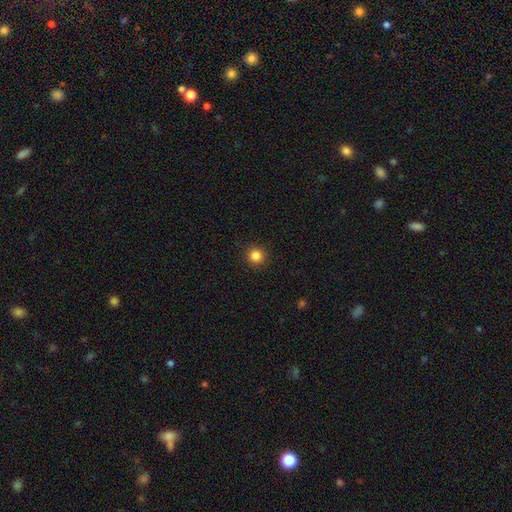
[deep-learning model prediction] Smooth or featured? smooth (85%)
How rounded? round (95%)
Merging? none (92%)